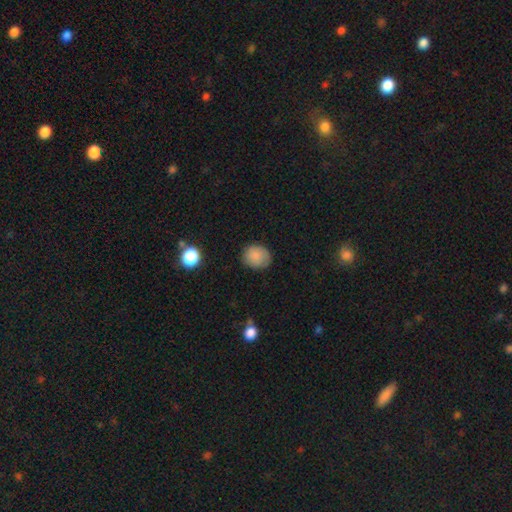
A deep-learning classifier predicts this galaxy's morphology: Smooth or featured: smooth — 84% (star or artifact — 9%)
How rounded: round — 74% (in between — 25%)
Merging: none — 81% (minor disturbance — 15%)